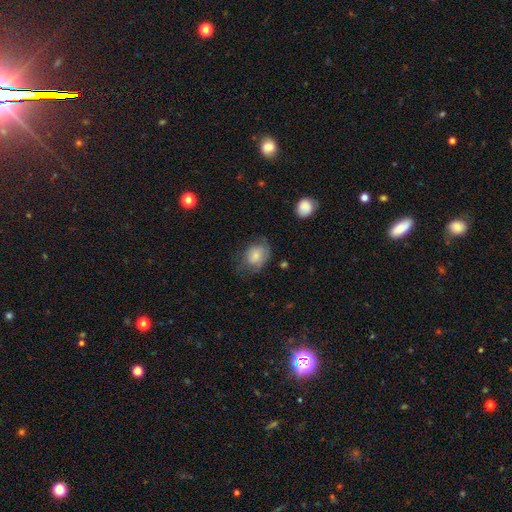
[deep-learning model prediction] Q: Smooth or featured?
A: smooth (76%); runner-up: featured or disk (16%)
Q: How rounded?
A: in between (61%); runner-up: round (38%)
Q: Merging?
A: none (50%); runner-up: minor disturbance (31%)